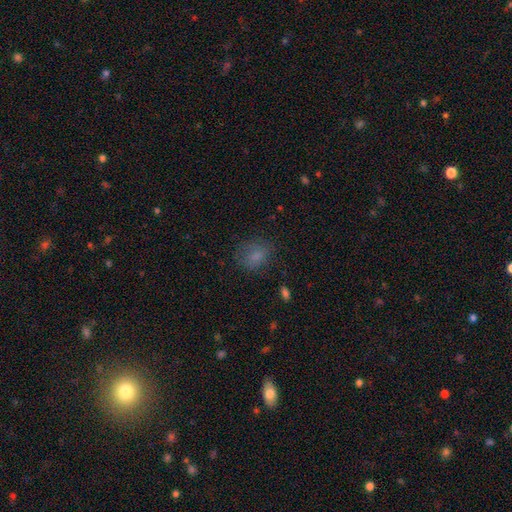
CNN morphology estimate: The model was most divided on "how rounded": round: 52%, in between: 46%, cigar-shaped: 1%. More confident: smooth or featured — smooth (76%); merging — none (68%).